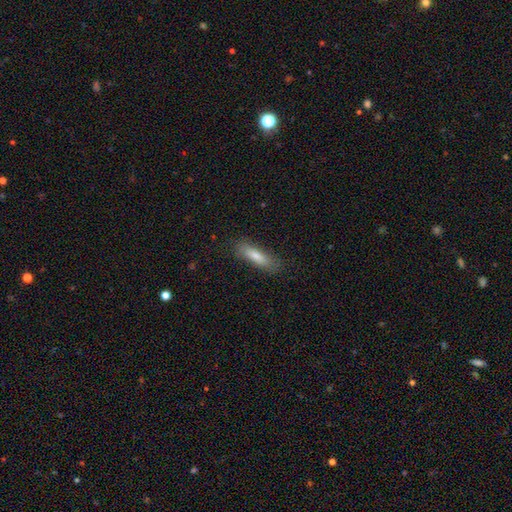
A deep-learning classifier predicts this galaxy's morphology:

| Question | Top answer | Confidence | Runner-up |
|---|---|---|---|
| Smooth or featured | smooth | 73% | featured or disk (20%) |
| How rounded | cigar-shaped | 66% | in between (32%) |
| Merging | none | 82% | minor disturbance (13%) |